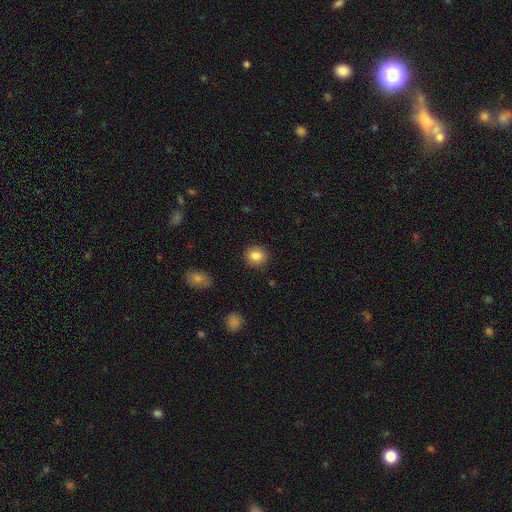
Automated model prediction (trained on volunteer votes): Q: Smooth or featured?
A: smooth (86%); runner-up: star or artifact (9%)
Q: How rounded?
A: round (81%); runner-up: in between (18%)
Q: Merging?
A: none (90%); runner-up: minor disturbance (7%)